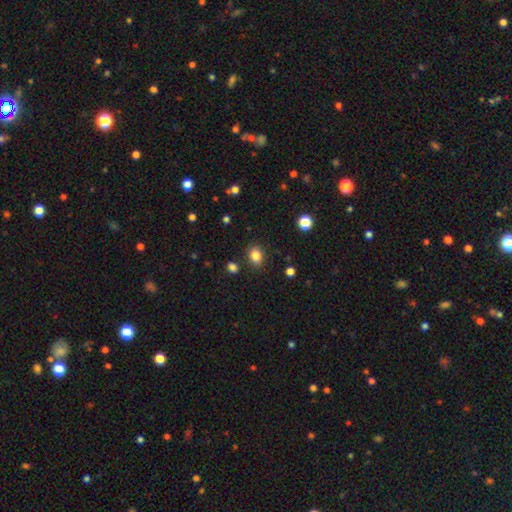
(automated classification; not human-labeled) Q: Smooth or featured?
A: smooth (85%); runner-up: star or artifact (11%)
Q: How rounded?
A: in between (60%); runner-up: round (39%)
Q: Merging?
A: none (85%); runner-up: minor disturbance (9%)